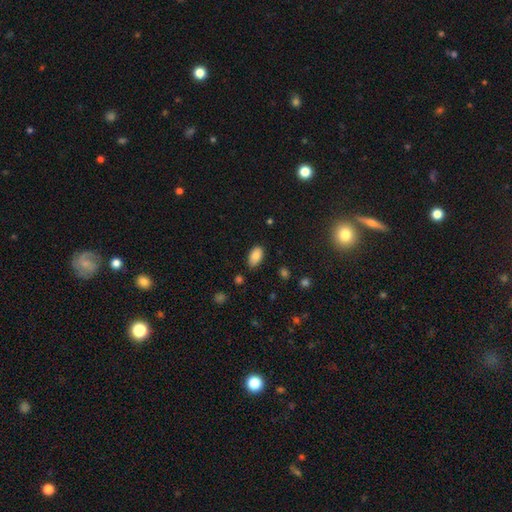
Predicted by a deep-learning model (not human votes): Overall: smooth (83%). How rounded: in between (94%). Merging: none (82%).